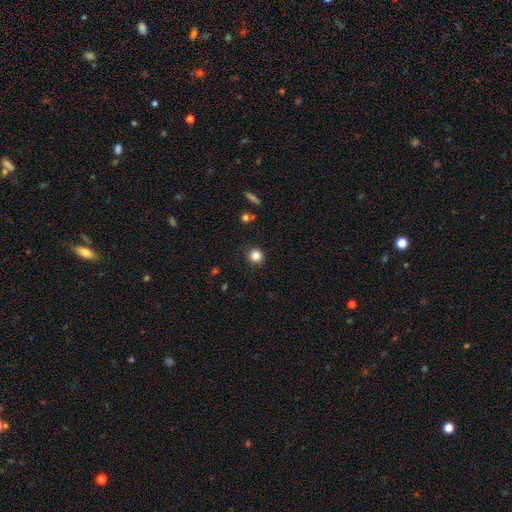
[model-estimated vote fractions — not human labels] The model was most divided on "smooth or featured": smooth: 85%, star or artifact: 11%, featured or disk: 4%. More confident: merging — none (89%); how rounded — round (89%).